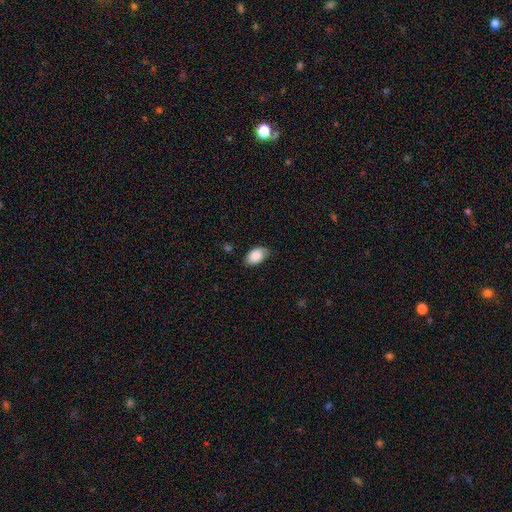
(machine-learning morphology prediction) This appears to be a smooth galaxy with no disk features (87%) that is in between round and cigar-shaped (91%). Merging: none (70%).